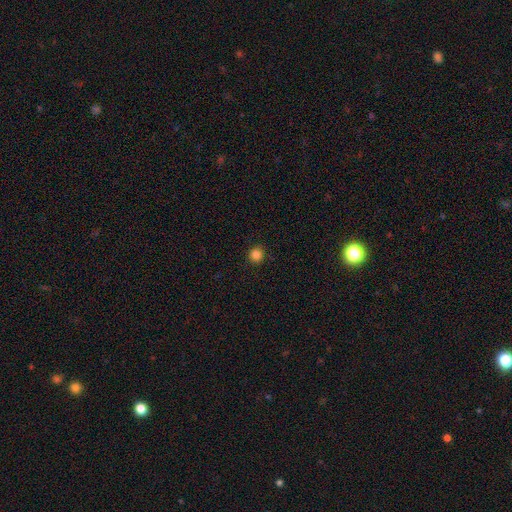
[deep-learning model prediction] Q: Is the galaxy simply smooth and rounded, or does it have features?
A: smooth — 84%.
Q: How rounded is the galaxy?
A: round — 94%.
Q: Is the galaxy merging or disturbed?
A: none — 92%.